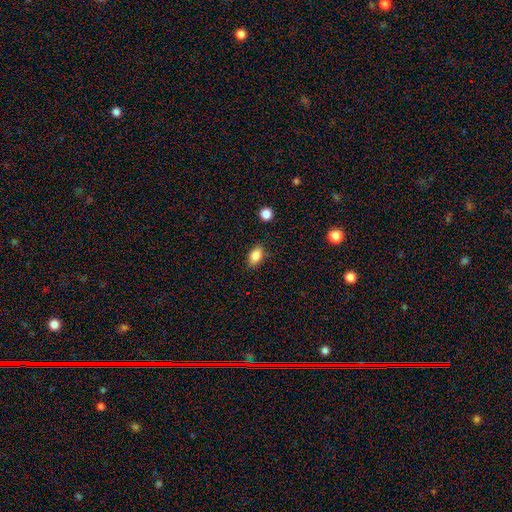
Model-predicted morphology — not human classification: The model was most divided on "merging": none: 83%, minor disturbance: 12%, major disturbance: 3%, merger: 2%. More confident: how rounded — in between (86%); smooth or featured — smooth (86%).